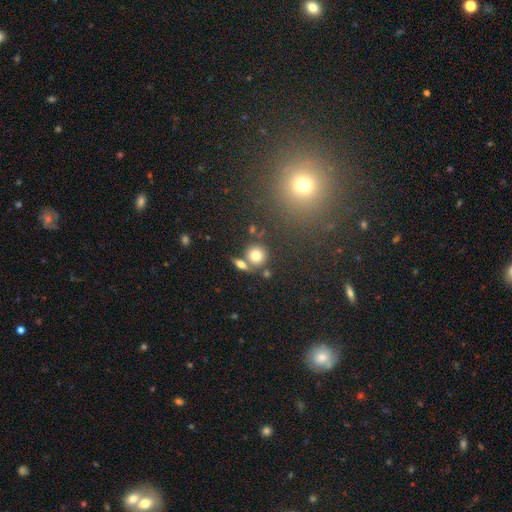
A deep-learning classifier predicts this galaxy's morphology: A smooth galaxy with no disk features (77%) that is round (84%). Merging: none (64%).